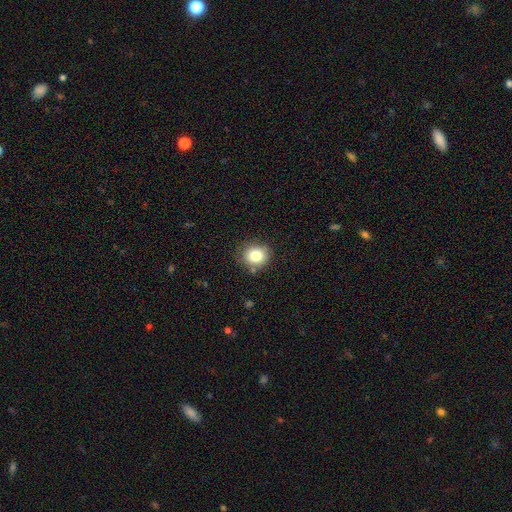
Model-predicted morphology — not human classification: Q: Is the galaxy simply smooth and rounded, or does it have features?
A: smooth — 82%.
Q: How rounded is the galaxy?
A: round — 80%.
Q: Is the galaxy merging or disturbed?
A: none — 80%.